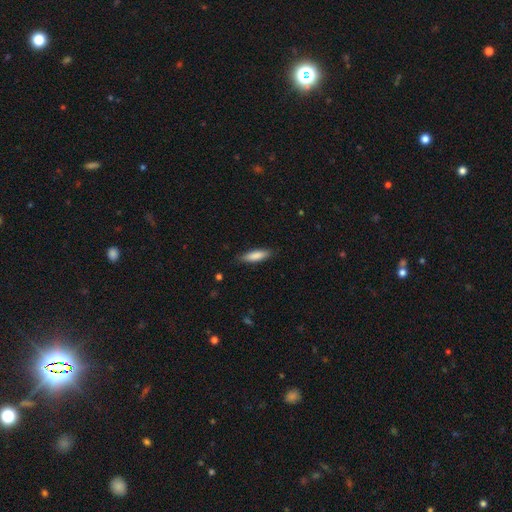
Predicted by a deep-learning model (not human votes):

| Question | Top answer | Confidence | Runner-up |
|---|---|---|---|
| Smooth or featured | smooth | 83% | featured or disk (11%) |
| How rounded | cigar-shaped | 61% | in between (37%) |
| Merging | none | 84% | minor disturbance (13%) |